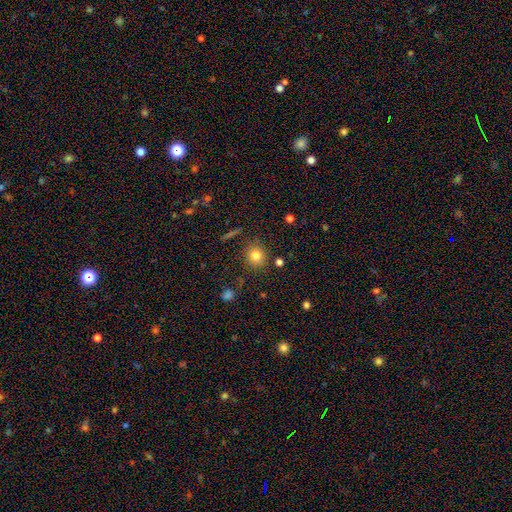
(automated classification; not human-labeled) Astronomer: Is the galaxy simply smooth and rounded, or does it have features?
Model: smooth — 80%.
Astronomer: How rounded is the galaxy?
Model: round — 87%.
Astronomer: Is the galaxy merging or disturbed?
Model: none — 84%.